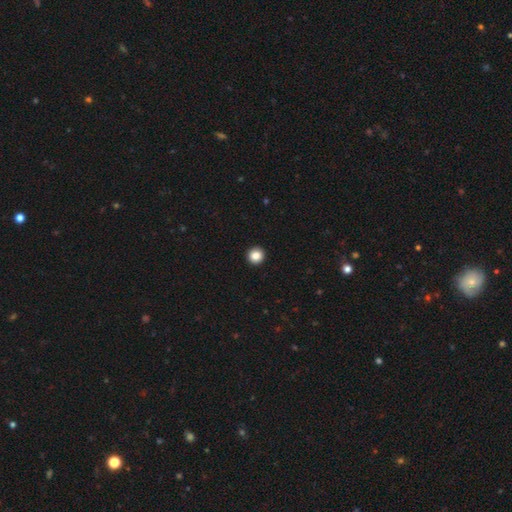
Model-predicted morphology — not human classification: A smooth galaxy with no disk features (85%) that is round (95%). Merging: none (94%).